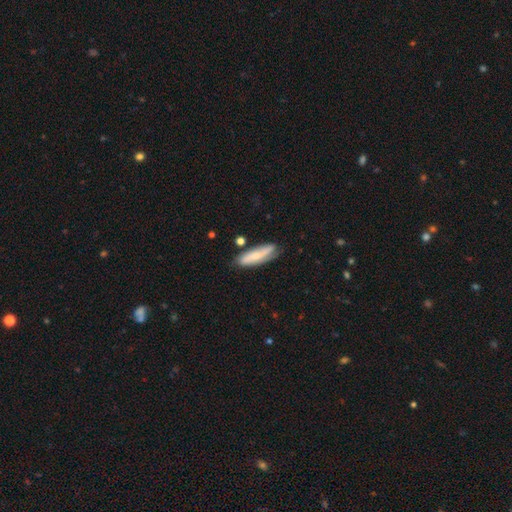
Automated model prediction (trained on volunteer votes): Smooth or featured?
  - smooth: 56% *
  - featured or disk: 38%
  - star or artifact: 6%
How rounded?
  - cigar-shaped: 59% *
  - in between: 39%
  - round: 2%
Merging?
  - none: 72% *
  - minor disturbance: 19%
  - merger: 4%
  - major disturbance: 4%